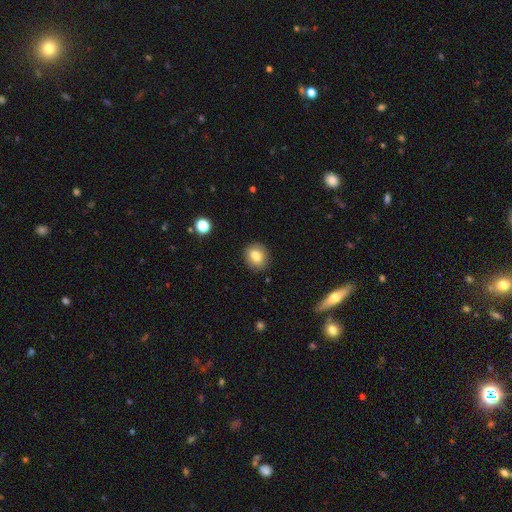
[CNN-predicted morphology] Smooth or featured? Predicted: smooth (p=0.83). How rounded? Predicted: round (p=0.63). Merging? Predicted: none (p=0.86).